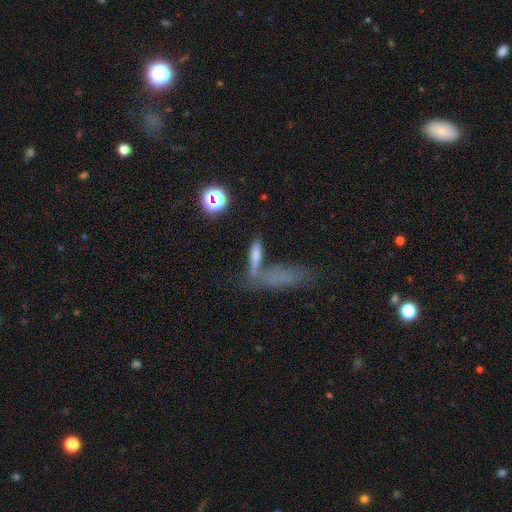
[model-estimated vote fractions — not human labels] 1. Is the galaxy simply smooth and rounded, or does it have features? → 61% smooth, 22% featured or disk, 16% star or artifact.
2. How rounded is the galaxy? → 67% cigar-shaped, 26% in between, 7% round.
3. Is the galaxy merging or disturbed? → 44% none, 35% merger, 12% minor disturbance, 8% major disturbance.